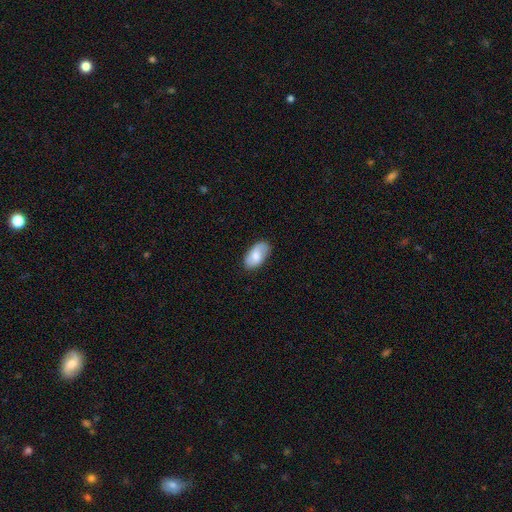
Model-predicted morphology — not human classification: smooth_or_featured: smooth (p=0.65) [alt: featured or disk p=0.29]
how_rounded: in between (p=0.94) [alt: round p=0.03]
merging: none (p=0.79) [alt: minor disturbance p=0.16]